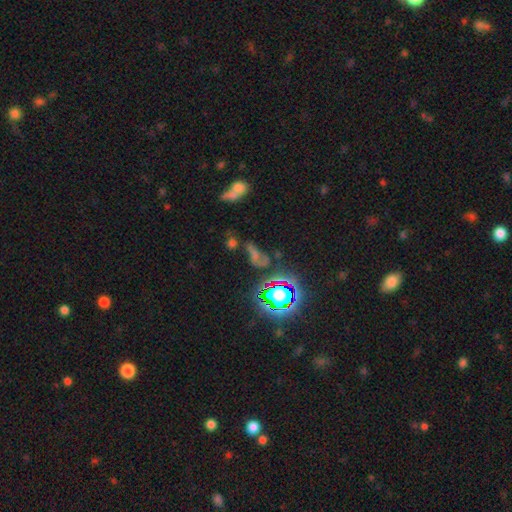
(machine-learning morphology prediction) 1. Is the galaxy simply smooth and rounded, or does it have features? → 56% star or artifact, 24% smooth, 20% featured or disk.